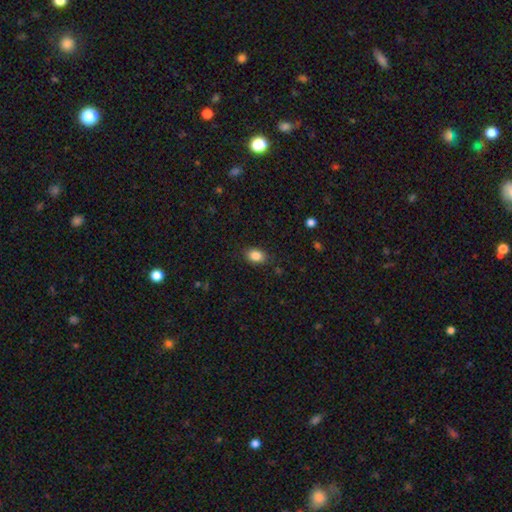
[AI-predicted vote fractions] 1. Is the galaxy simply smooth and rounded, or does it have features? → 86% smooth, 9% star or artifact, 5% featured or disk.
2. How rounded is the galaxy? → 77% in between, 22% round, 1% cigar-shaped.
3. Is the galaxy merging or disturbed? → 84% none, 12% minor disturbance, 3% major disturbance, 1% merger.